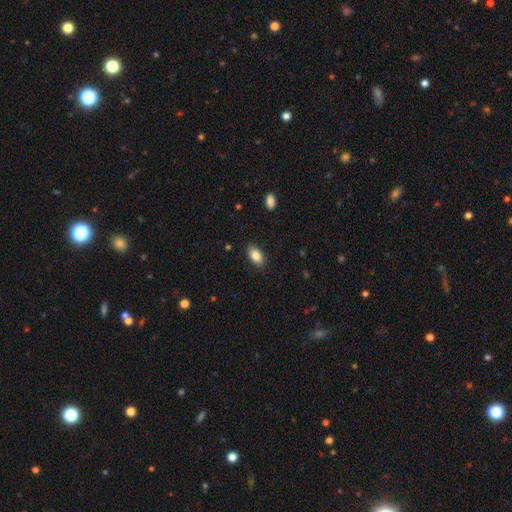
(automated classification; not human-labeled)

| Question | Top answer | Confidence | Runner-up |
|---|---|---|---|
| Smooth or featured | smooth | 86% | star or artifact (8%) |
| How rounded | in between | 91% | round (7%) |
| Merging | none | 87% | minor disturbance (10%) |